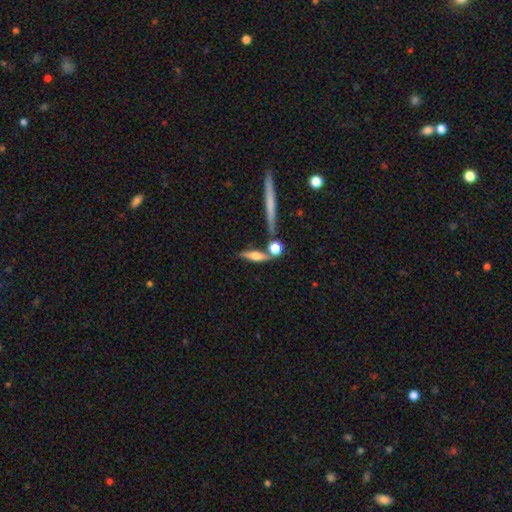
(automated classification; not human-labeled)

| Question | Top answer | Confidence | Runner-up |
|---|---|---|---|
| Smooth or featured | smooth | 48% | featured or disk (43%) |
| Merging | none | 63% | merger (19%) |